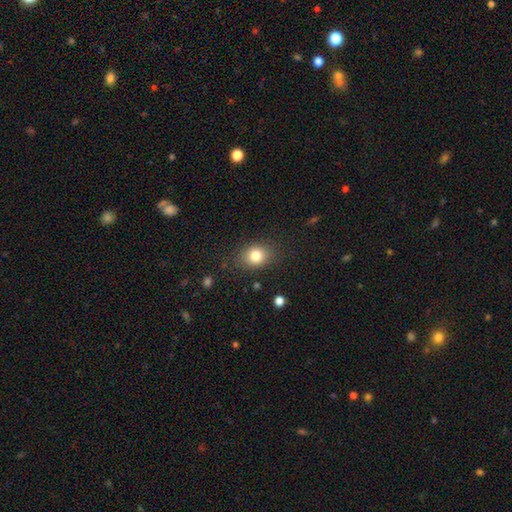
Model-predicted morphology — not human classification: A smooth galaxy with no disk features (81%) that is in between round and cigar-shaped (53%).

Vote fractions:
- Smooth or featured? smooth: 81% / star or artifact: 10% / featured or disk: 8%
- How rounded? in between: 53% / round: 45% / cigar-shaped: 1%
- Merging? none: 82% / minor disturbance: 12% / major disturbance: 4% / merger: 1%